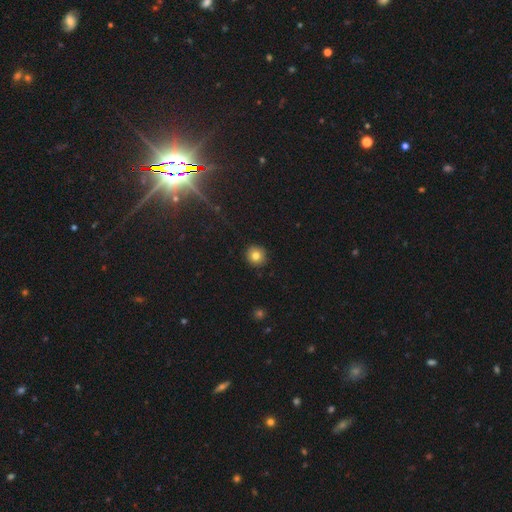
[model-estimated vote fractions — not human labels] Smooth or featured? smooth (79%)
How rounded? round (92%)
Merging? none (91%)